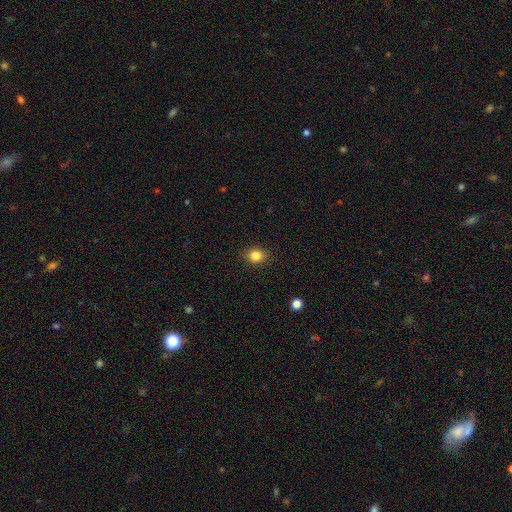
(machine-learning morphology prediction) Overall: smooth (84%). How rounded: round (61%; in between 38%). Merging: none (88%).